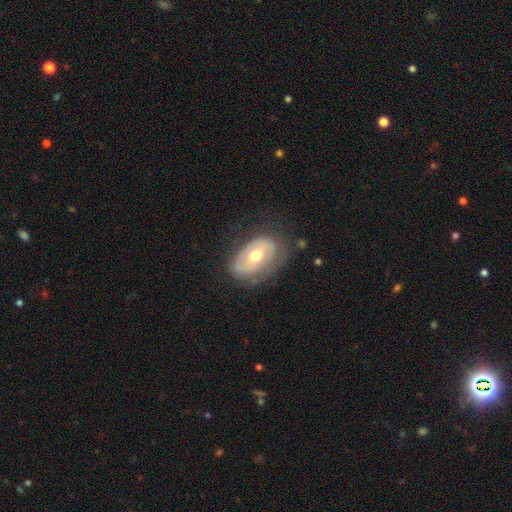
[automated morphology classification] Q: Smooth or featured?
A: featured or disk (65%); runner-up: smooth (29%)
Q: Edge-on disk?
A: no (93%); runner-up: yes (7%)
Q: Bar?
A: no (54%); runner-up: weak (31%)
Q: Spiral arms?
A: yes (51%); runner-up: no (49%)
Q: Bulge size?
A: moderate (74%); runner-up: small (17%)
Q: Merging?
A: none (65%); runner-up: minor disturbance (23%)